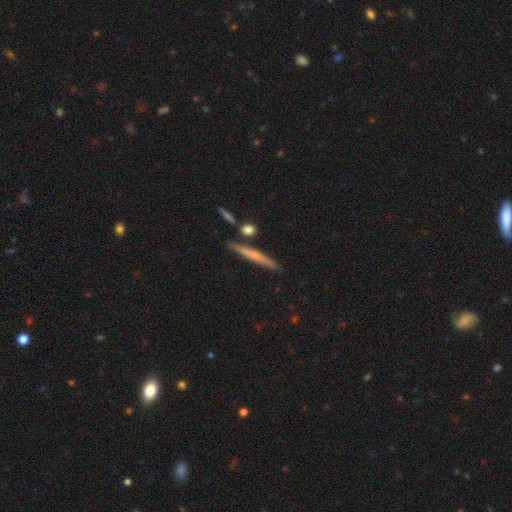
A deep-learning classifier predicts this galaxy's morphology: smooth-or-featured: smooth: 51% | featured or disk: 41% | star or artifact: 7%
  how-rounded: cigar-shaped: 94% | in between: 4% | round: 3%
  merging: none: 84% | minor disturbance: 8% | merger: 6% | major disturbance: 2%